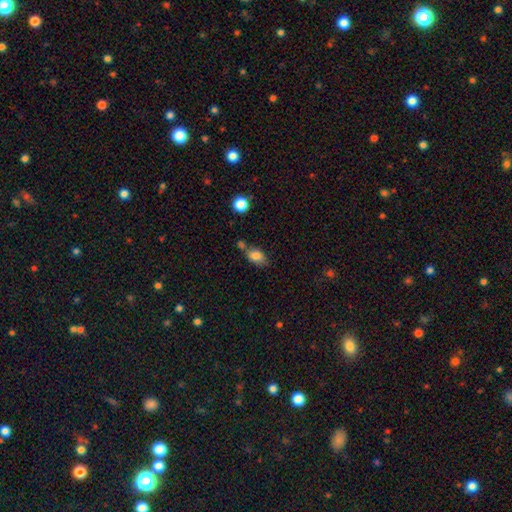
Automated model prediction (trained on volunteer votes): This appears to be a smooth galaxy with no disk features (82%) that is in between round and cigar-shaped (83%). Merging: none (54%).